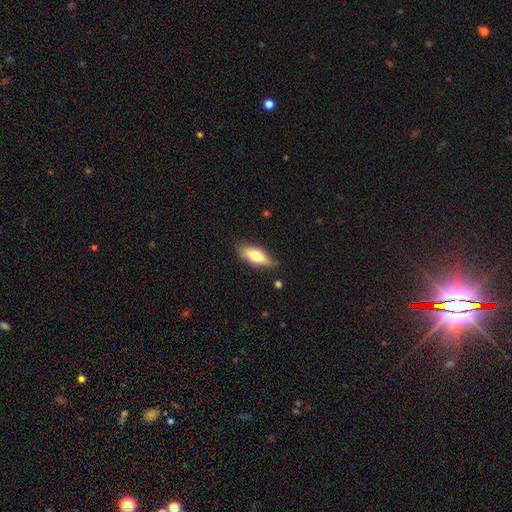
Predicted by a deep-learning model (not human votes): This appears to be a smooth galaxy with no disk features (66%) that is in between round and cigar-shaped (67%). Merging: none (78%).